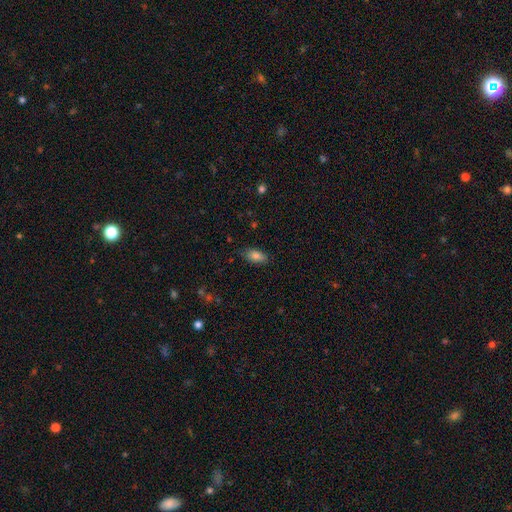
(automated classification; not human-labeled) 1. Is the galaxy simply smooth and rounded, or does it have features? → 84% smooth, 9% star or artifact, 8% featured or disk.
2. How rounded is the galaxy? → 89% in between, 7% cigar-shaped, 4% round.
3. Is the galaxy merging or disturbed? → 82% none, 14% minor disturbance, 3% major disturbance, 1% merger.